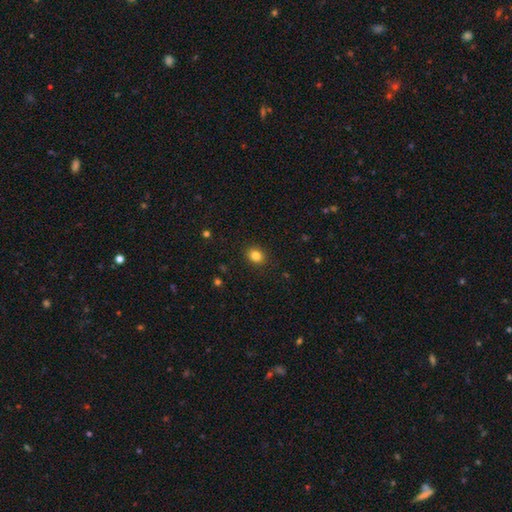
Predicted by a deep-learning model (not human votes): This is clearly a smooth galaxy (84%). How rounded: possibly round (58%). Merging: clearly none (90%).